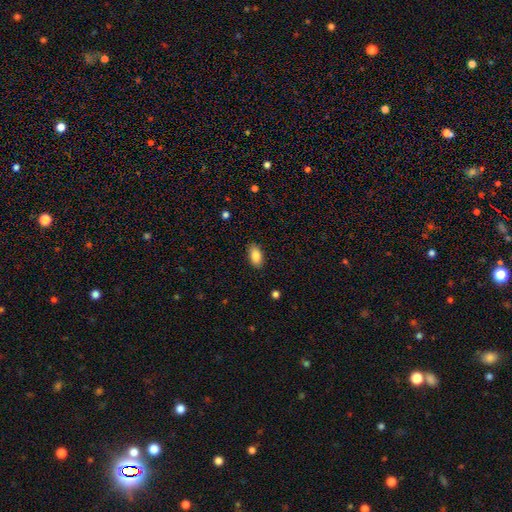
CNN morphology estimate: Smooth or featured? smooth (86%)
How rounded? in between (92%)
Merging? none (88%)